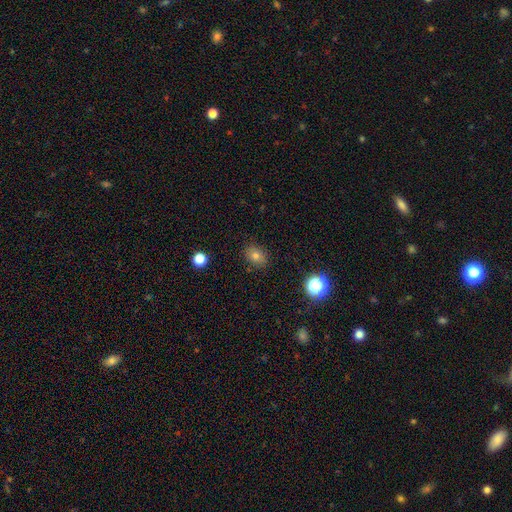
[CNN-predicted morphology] A smooth galaxy with no disk features (75%) that is in between round and cigar-shaped (62%).

Vote fractions:
- Smooth or featured? smooth: 75% / star or artifact: 15% / featured or disk: 10%
- How rounded? in between: 62% / round: 37% / cigar-shaped: 1%
- Merging? none: 86% / minor disturbance: 10% / major disturbance: 3% / merger: 1%